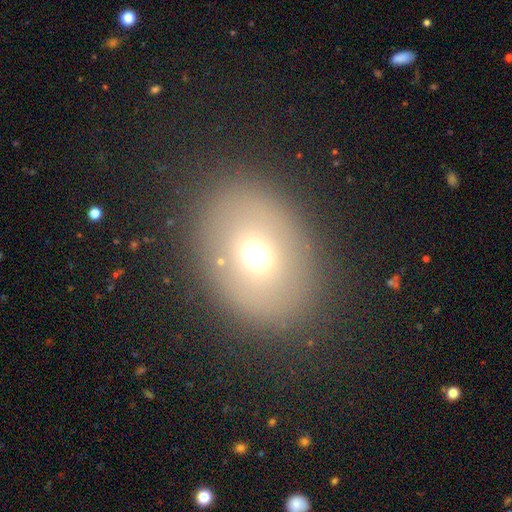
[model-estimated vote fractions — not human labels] This appears to be a smooth galaxy with no disk features (64%) that is in between round and cigar-shaped (66%). Merging: none (84%).